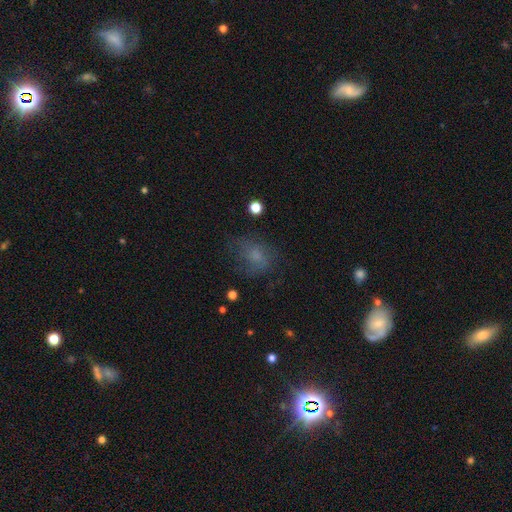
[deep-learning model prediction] Smooth or featured?
  - smooth: 61% *
  - featured or disk: 22%
  - star or artifact: 17%
How rounded?
  - in between: 50% *
  - round: 49%
  - cigar-shaped: 1%
Merging?
  - none: 53% *
  - minor disturbance: 23%
  - major disturbance: 22%
  - merger: 2%